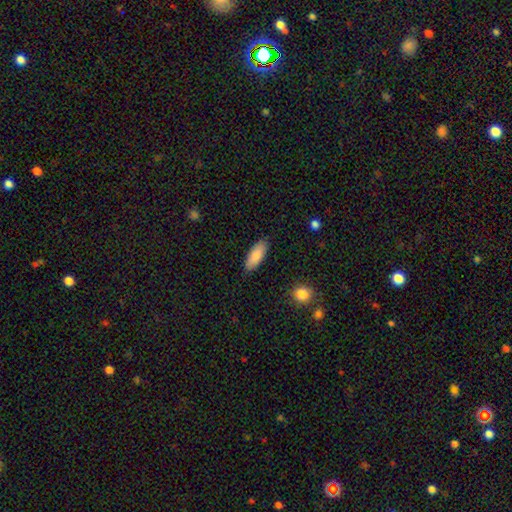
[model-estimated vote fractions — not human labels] Smooth or featured: smooth — 88% (featured or disk — 6%)
How rounded: in between — 73% (cigar-shaped — 25%)
Merging: none — 87% (minor disturbance — 10%)